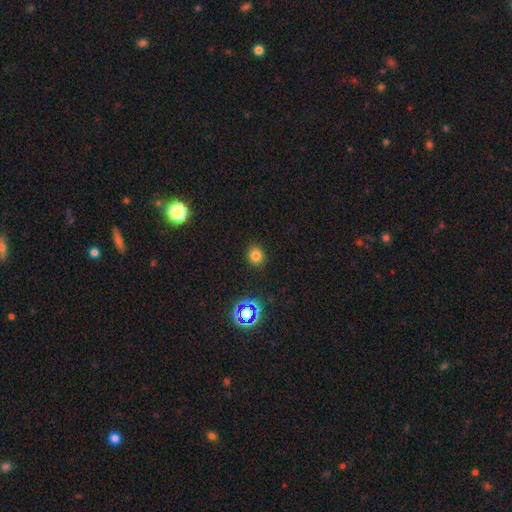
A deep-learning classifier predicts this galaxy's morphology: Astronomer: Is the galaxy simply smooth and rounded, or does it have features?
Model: smooth — 76%.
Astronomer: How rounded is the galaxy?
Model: round — 74%.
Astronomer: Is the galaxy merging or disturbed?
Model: none — 89%.